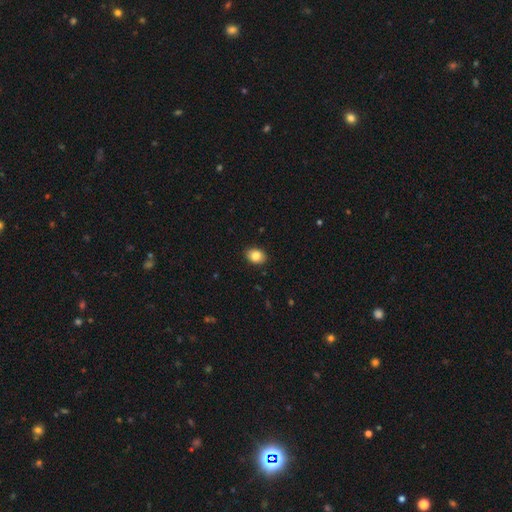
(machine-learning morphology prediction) type=smooth (85%); roundness=in between (63%); merging=none (90%).